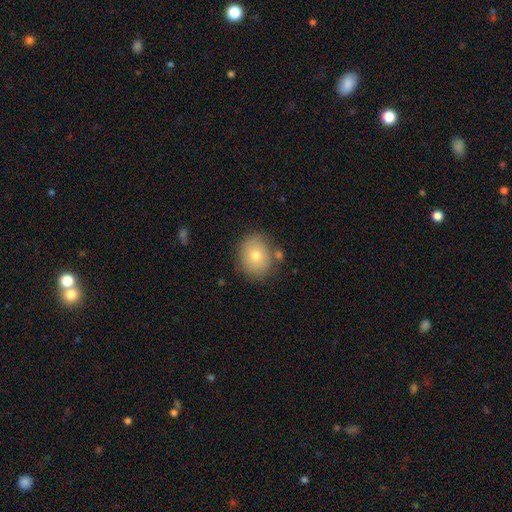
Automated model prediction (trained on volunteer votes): This appears to be a smooth galaxy with no disk features (73%) that is round (58%). Merging: none (77%).